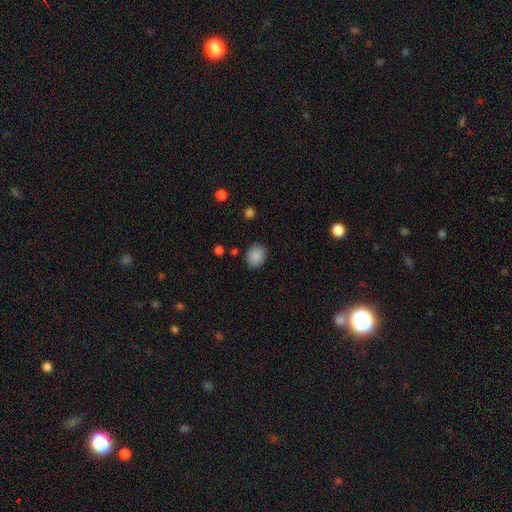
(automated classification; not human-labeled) Smooth or featured?
  - smooth: 88% *
  - star or artifact: 8%
  - featured or disk: 4%
How rounded?
  - round: 58% *
  - in between: 42%
  - cigar-shaped: 1%
Merging?
  - none: 86% *
  - minor disturbance: 10%
  - major disturbance: 3%
  - merger: 2%